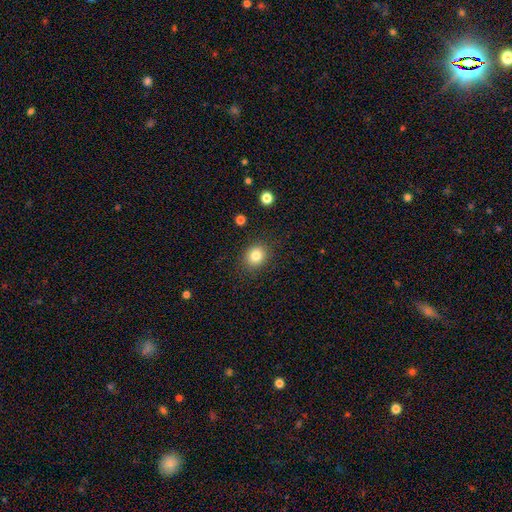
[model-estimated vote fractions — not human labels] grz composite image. It shows a smooth galaxy with no disk features (82%) that is round (71%). Merging: none (87%).